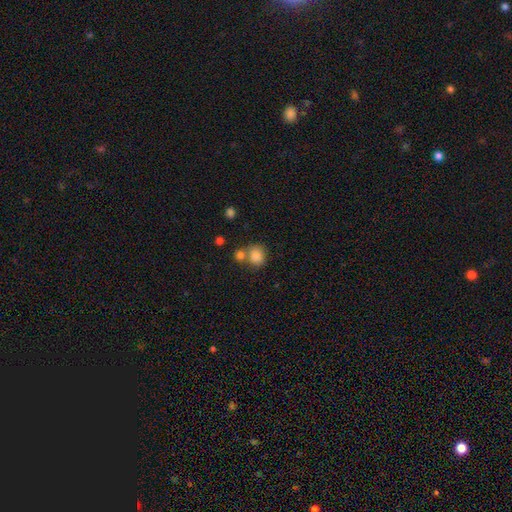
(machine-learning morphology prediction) smooth_or_featured: smooth (p=0.83) [alt: star or artifact p=0.11]
how_rounded: round (p=0.74) [alt: in between p=0.25]
merging: none (p=0.54) [alt: merger p=0.31]